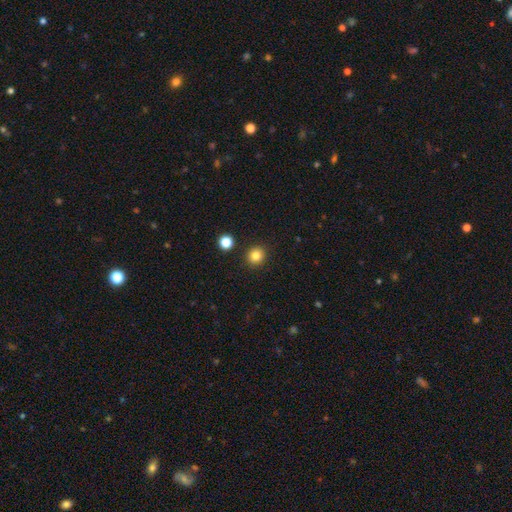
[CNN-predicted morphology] Smooth or featured?
  - smooth: 83% *
  - star or artifact: 12%
  - featured or disk: 5%
How rounded?
  - round: 90% *
  - in between: 9%
  - cigar-shaped: 1%
Merging?
  - none: 91% *
  - minor disturbance: 5%
  - merger: 2%
  - major disturbance: 2%